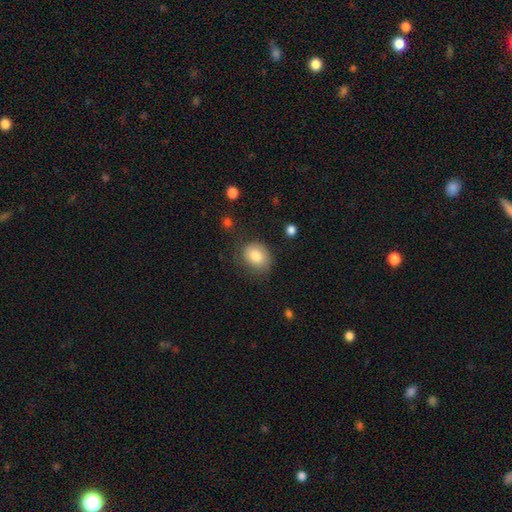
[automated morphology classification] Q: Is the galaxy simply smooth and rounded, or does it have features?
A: smooth — 82%.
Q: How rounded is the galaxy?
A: in between — 51%.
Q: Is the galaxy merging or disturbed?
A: none — 69%.